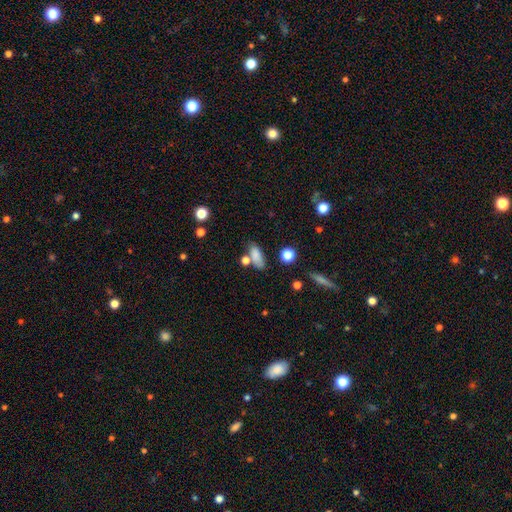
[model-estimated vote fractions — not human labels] A smooth galaxy with no disk features (81%) that is in between round and cigar-shaped (76%). Merging: none (60%).